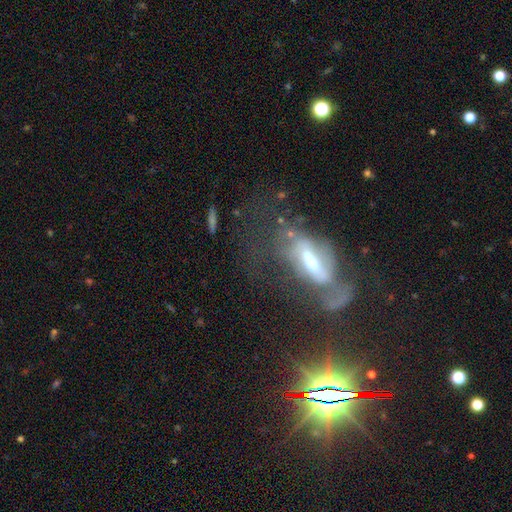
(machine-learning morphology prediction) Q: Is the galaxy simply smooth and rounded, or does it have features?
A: featured or disk — 66%.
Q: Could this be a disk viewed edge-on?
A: no — 75%.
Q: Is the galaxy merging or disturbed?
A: none — 43%.